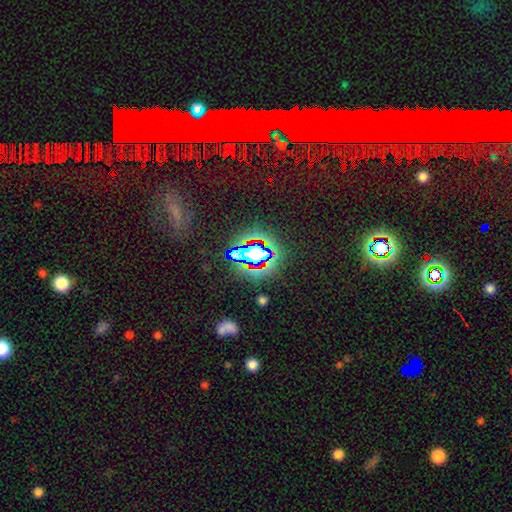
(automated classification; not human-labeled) Smooth or featured? Predicted: star or artifact (p=0.64).